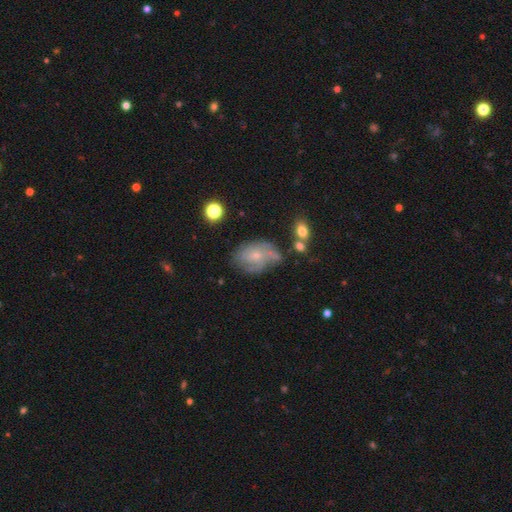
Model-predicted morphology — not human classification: smooth_or_featured: featured or disk (p=0.61) [alt: smooth p=0.30]
disk_edge_on: no (p=0.97) [alt: yes p=0.03]
bar: no (p=0.77) [alt: weak p=0.20]
has_spiral_arms: yes (p=0.79) [alt: no p=0.21]
bulge_size: small (p=0.69) [alt: moderate p=0.24]
merging: none (p=0.50) [alt: minor disturbance p=0.27]